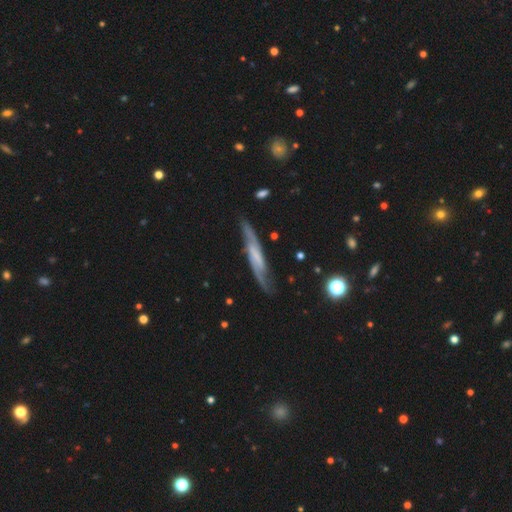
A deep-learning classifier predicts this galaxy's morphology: This is likely a featured or disk galaxy (73%). It is possibly not viewed edge-on (54%). Merging: likely none (73%).